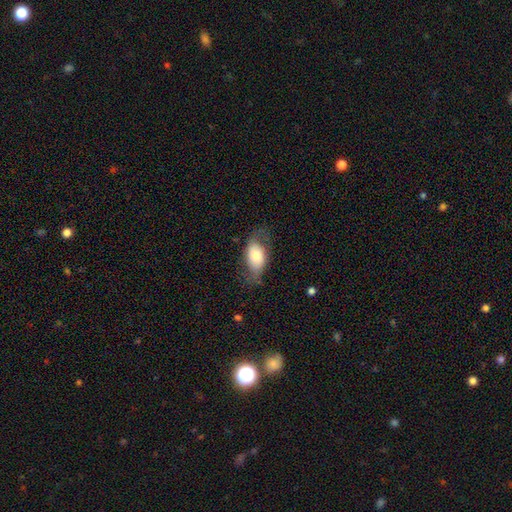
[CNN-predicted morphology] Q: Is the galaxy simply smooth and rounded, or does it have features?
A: smooth — 65%.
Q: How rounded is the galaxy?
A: in between — 89%.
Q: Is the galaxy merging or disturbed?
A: none — 57%.